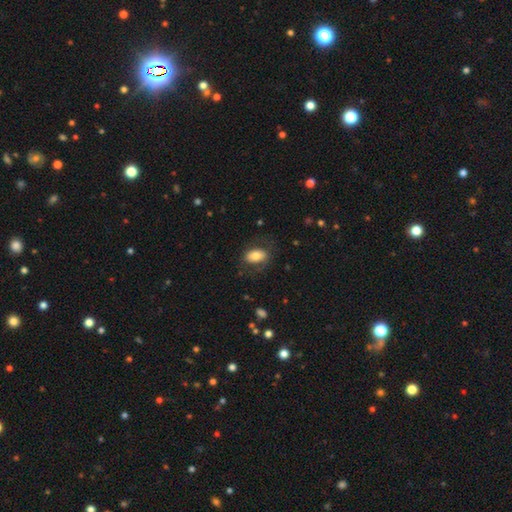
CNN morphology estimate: smooth_or_featured: smooth (p=0.73) [alt: featured or disk p=0.20]
how_rounded: in between (p=0.88) [alt: round p=0.10]
merging: none (p=0.70) [alt: minor disturbance p=0.17]